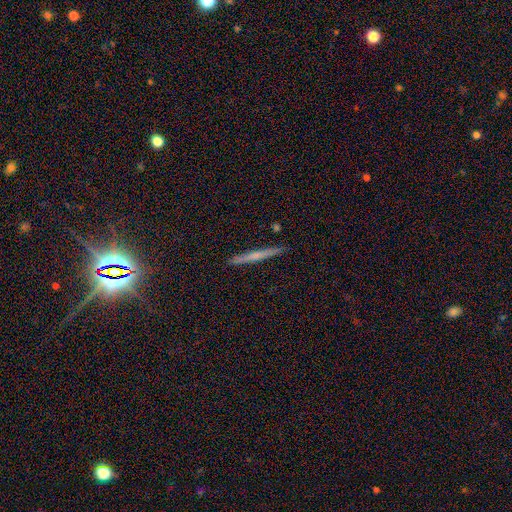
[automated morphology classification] Q: Smooth or featured?
A: featured or disk (52%); runner-up: smooth (39%)
Q: Edge-on disk?
A: yes (97%); runner-up: no (3%)
Q: Edge-on bulge?
A: none (52%); runner-up: rounded (41%)
Q: Merging?
A: none (91%); runner-up: minor disturbance (6%)